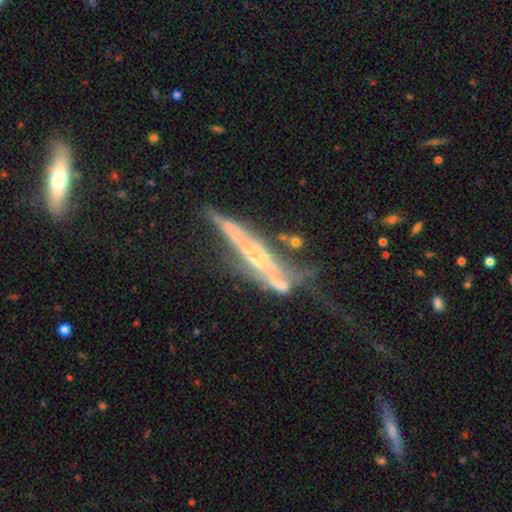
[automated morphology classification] This appears to be a featured or disk galaxy (72%) viewed edge-on (76%) with no central bulge (39%). Merging: major disturbance (31%).